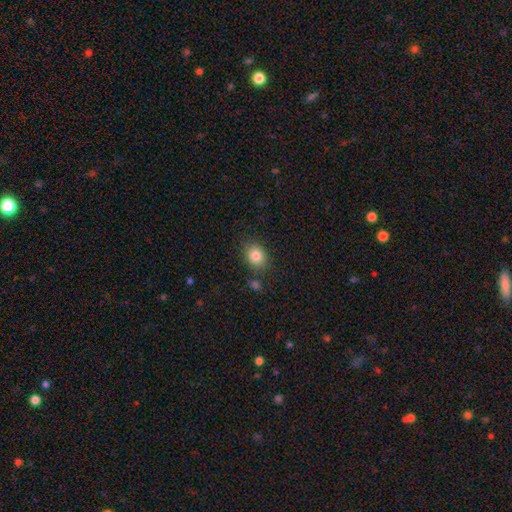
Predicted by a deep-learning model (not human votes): Smooth or featured?
  - smooth: 83% *
  - star or artifact: 10%
  - featured or disk: 7%
How rounded?
  - round: 54% *
  - in between: 45%
  - cigar-shaped: 1%
Merging?
  - none: 80% *
  - minor disturbance: 12%
  - merger: 4%
  - major disturbance: 3%